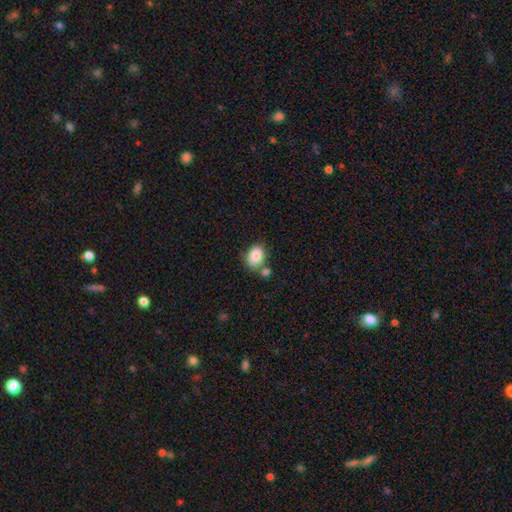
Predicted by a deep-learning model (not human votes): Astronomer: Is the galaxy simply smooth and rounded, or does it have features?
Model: smooth — 84%.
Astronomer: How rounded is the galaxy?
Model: in between — 72%.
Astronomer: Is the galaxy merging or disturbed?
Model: none — 57%.